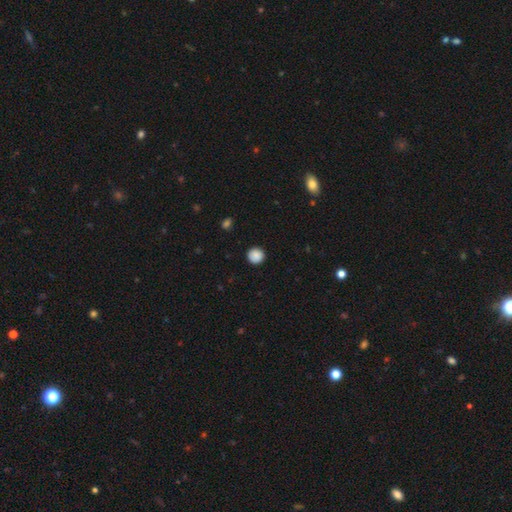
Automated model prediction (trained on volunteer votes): This is clearly a smooth galaxy (88%). How rounded: clearly round (95%). Merging: clearly none (92%).